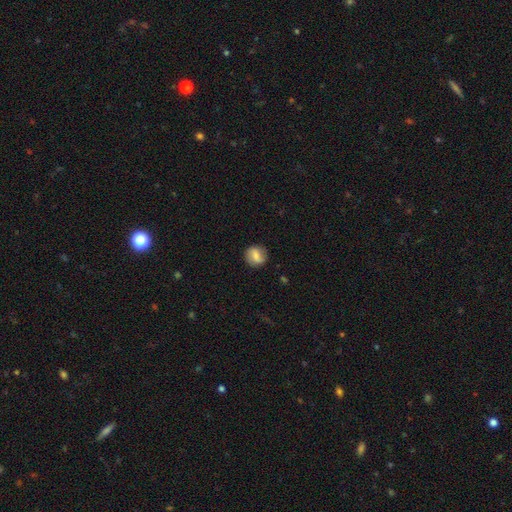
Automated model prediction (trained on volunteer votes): Smooth or featured? Predicted: smooth (p=0.61). How rounded? Predicted: round (p=0.77). Merging? Predicted: none (p=0.84).